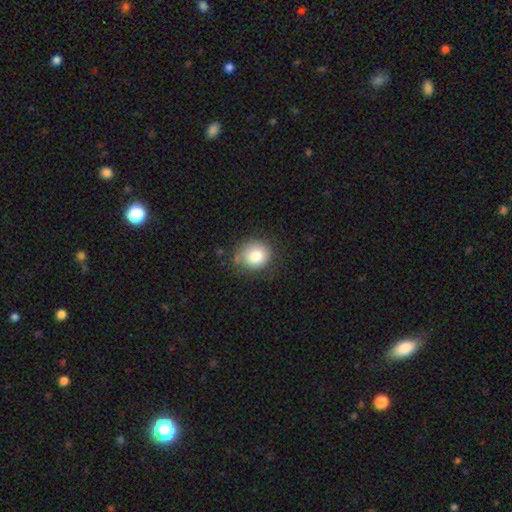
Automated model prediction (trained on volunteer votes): Smooth or featured? Predicted: smooth (p=0.80). How rounded? Predicted: round (p=0.83). Merging? Predicted: none (p=0.71).